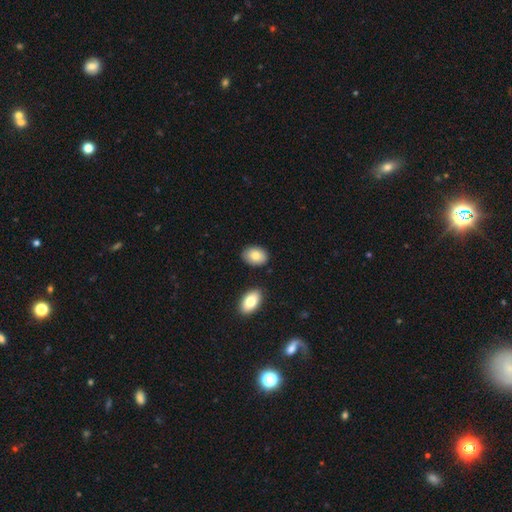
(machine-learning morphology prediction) A smooth galaxy with no disk features (83%) that is in between round and cigar-shaped (82%). Merging: none (81%).